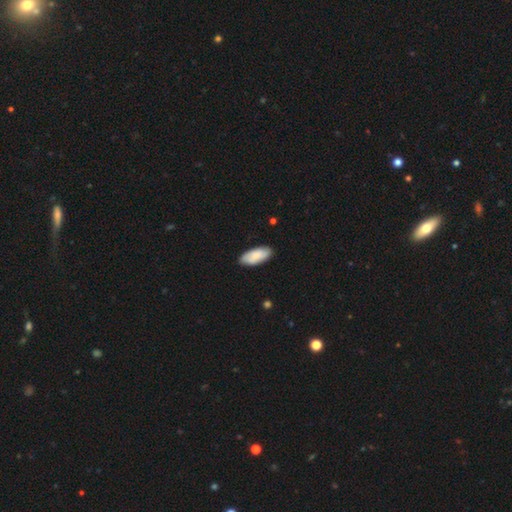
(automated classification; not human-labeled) This is likely a smooth galaxy (78%). How rounded: clearly in between (86%). Merging: clearly none (85%).